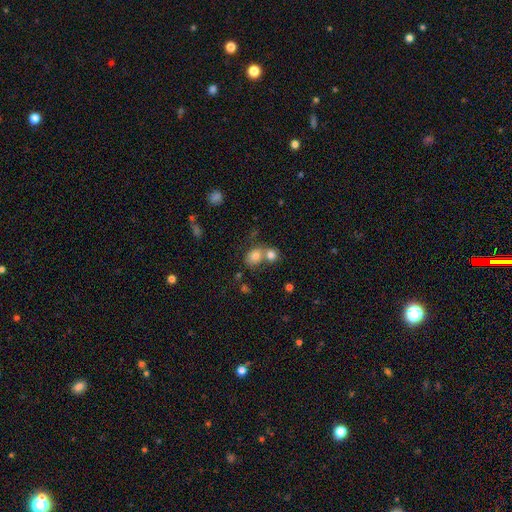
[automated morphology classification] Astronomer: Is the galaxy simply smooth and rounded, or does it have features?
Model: smooth — 78%.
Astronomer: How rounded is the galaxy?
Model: round — 59% (runner-up: in between, 40%).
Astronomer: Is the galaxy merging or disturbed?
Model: merger — 48% (runner-up: none, 40%).